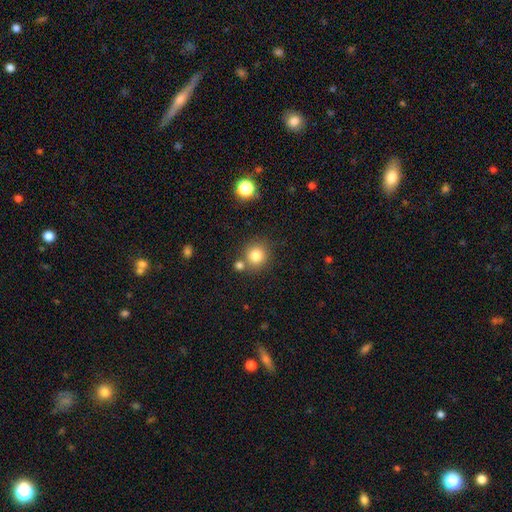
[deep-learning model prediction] smooth-or-featured: smooth: 82% | star or artifact: 12% | featured or disk: 7%
  how-rounded: round: 90% | in between: 9% | cigar-shaped: 1%
  merging: none: 72% | merger: 16% | minor disturbance: 9% | major disturbance: 3%